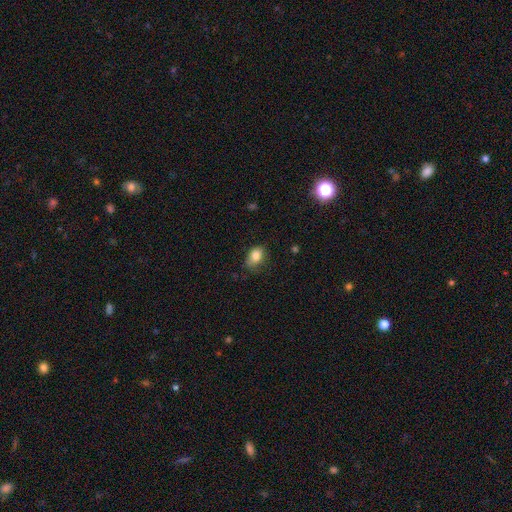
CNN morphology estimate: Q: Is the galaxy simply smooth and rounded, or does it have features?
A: smooth — 84%.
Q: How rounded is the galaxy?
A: in between — 78%.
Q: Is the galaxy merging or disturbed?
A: none — 62%.